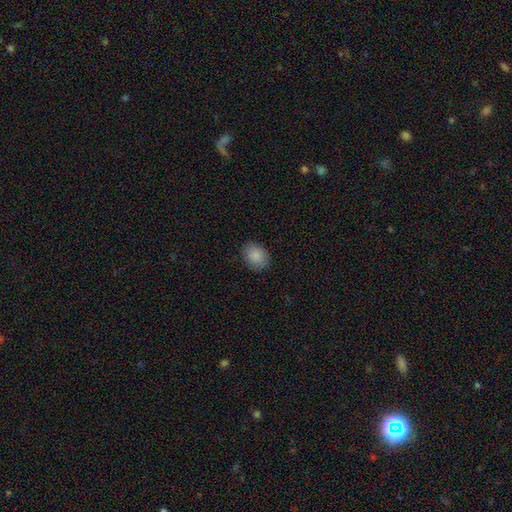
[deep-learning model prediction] Morphology: type=smooth (88%); roundness=in between (61%); merging=none (86%).